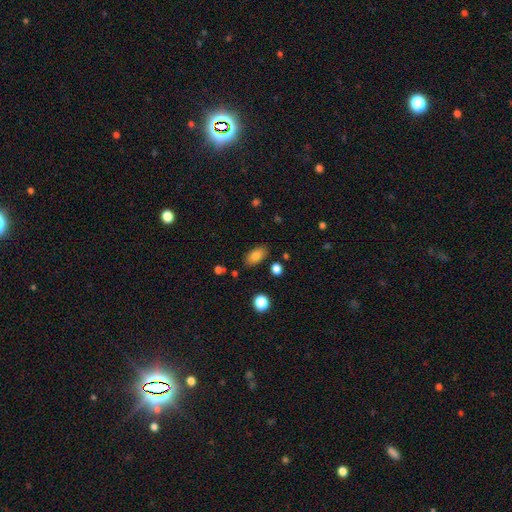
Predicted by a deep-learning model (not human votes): smooth-or-featured: smooth: 81% | featured or disk: 10% | star or artifact: 10%
  how-rounded: in between: 90% | round: 7% | cigar-shaped: 4%
  merging: none: 83% | minor disturbance: 11% | major disturbance: 3% | merger: 3%